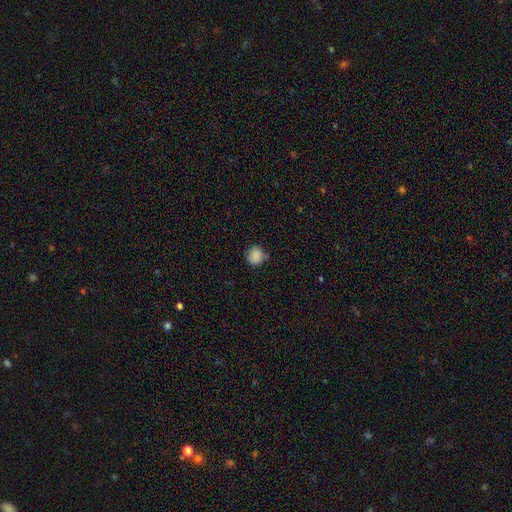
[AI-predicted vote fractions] The model was most divided on "merging": none: 74%, minor disturbance: 18%, merger: 4%, major disturbance: 4%. More confident: smooth or featured — smooth (87%); how rounded — round (85%).